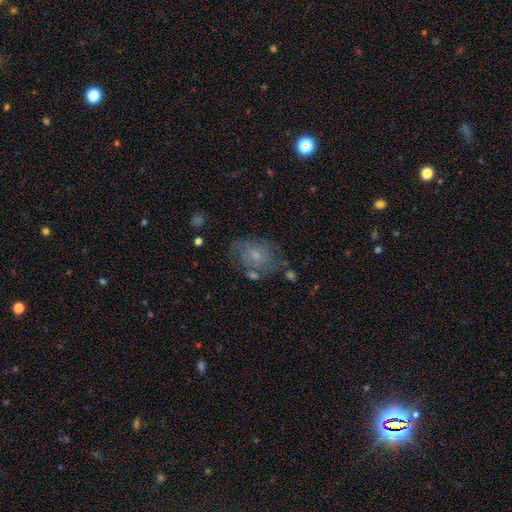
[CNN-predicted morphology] This is possibly a featured or disk galaxy (50%). Merging: possibly none (57%).